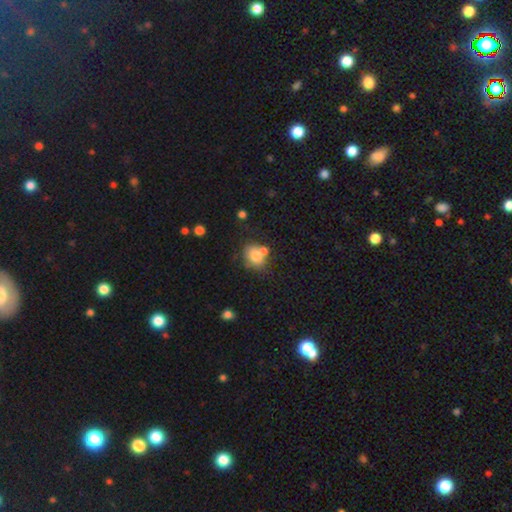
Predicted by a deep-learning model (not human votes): A smooth galaxy with no disk features (75%) that is round (58%).

Vote fractions:
- Smooth or featured? smooth: 75% / featured or disk: 15% / star or artifact: 10%
- How rounded? round: 58% / in between: 41% / cigar-shaped: 1%
- Merging? none: 51% / merger: 27% / minor disturbance: 16% / major disturbance: 6%